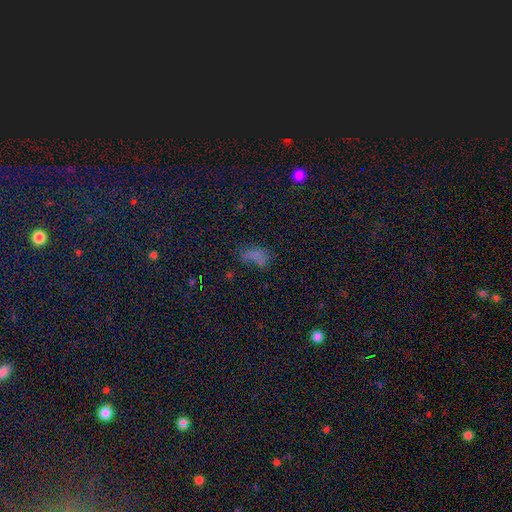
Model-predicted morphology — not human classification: A smooth galaxy with no disk features (54%) that is in between round and cigar-shaped (83%). Merging: none (41%).